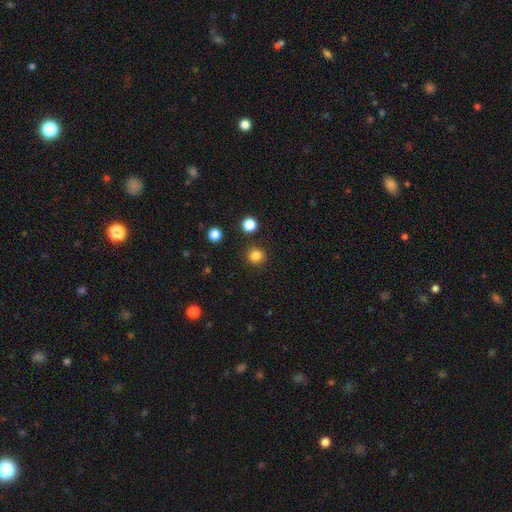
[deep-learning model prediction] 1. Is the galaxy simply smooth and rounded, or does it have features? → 83% smooth, 13% star or artifact, 4% featured or disk.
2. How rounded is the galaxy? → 89% round, 10% in between, 1% cigar-shaped.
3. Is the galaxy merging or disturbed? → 88% none, 7% minor disturbance, 3% merger, 2% major disturbance.